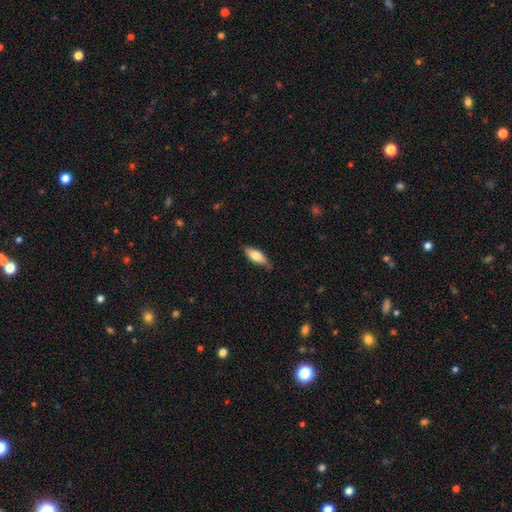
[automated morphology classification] Q: Smooth or featured?
A: smooth (72%); runner-up: featured or disk (22%)
Q: How rounded?
A: in between (71%); runner-up: cigar-shaped (27%)
Q: Merging?
A: none (73%); runner-up: minor disturbance (22%)